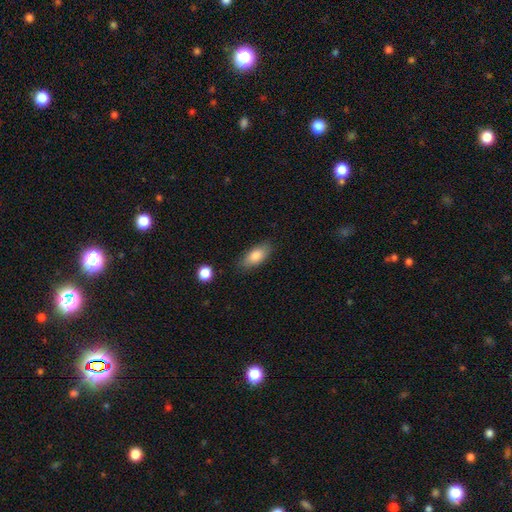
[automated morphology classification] The model was most divided on "merging": none: 82%, minor disturbance: 14%, major disturbance: 3%, merger: 2%. More confident: how rounded — in between (86%); smooth or featured — smooth (82%).